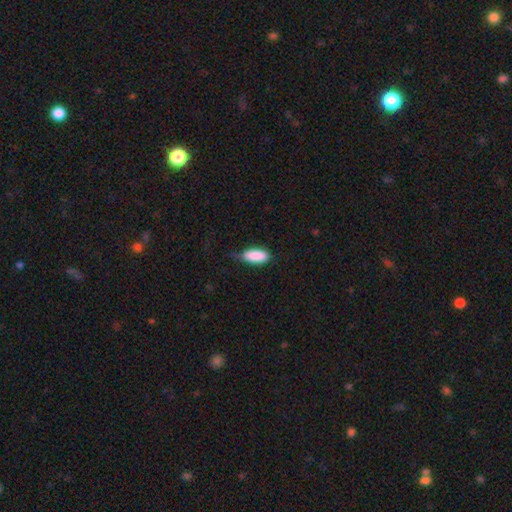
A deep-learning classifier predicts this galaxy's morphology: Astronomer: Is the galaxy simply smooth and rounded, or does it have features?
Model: smooth — 88%.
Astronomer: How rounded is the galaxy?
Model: in between — 86%.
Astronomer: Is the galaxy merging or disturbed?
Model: none — 47% (runner-up: minor disturbance, 39%).